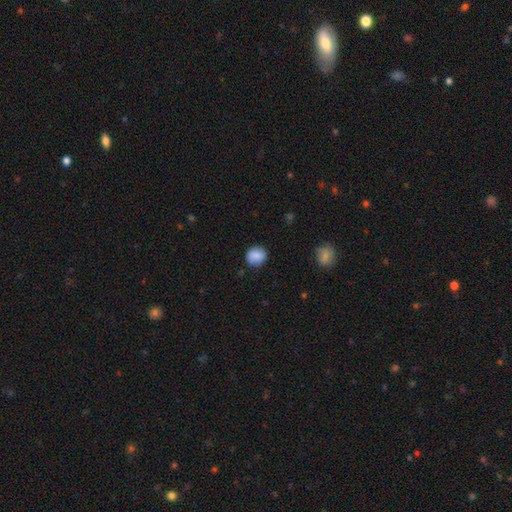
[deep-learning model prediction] This appears to be a smooth galaxy with no disk features (85%) that is round (84%). Merging: none (82%).